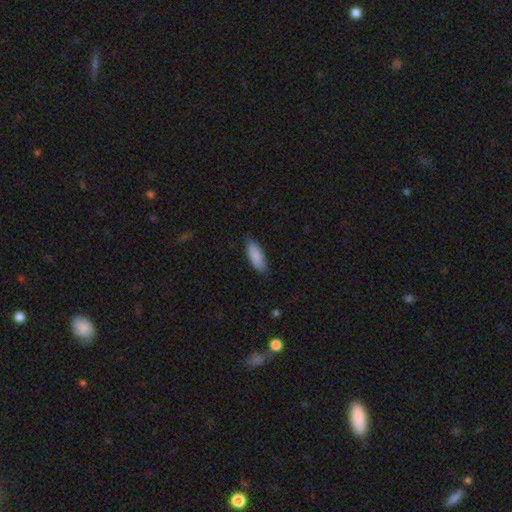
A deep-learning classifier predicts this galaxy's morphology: A smooth galaxy with no disk features (88%) that is in between round and cigar-shaped (67%).

Vote fractions:
- Smooth or featured? smooth: 88% / featured or disk: 6% / star or artifact: 6%
- How rounded? in between: 67% / cigar-shaped: 31% / round: 2%
- Merging? none: 84% / minor disturbance: 12% / major disturbance: 2% / merger: 1%